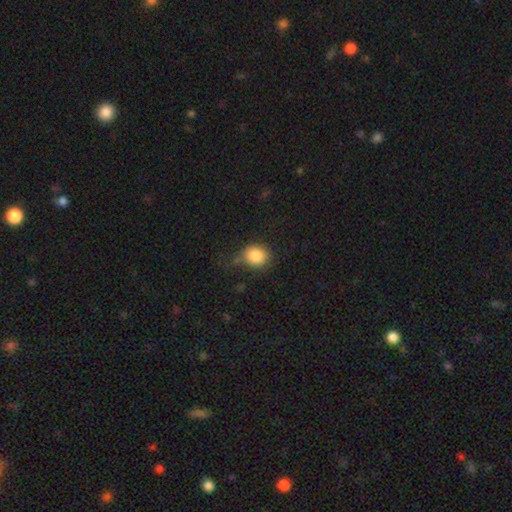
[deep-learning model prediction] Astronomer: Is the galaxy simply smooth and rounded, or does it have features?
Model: smooth — 85%.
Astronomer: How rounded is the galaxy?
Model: round — 69%.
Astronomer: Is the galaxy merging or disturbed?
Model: none — 58%.